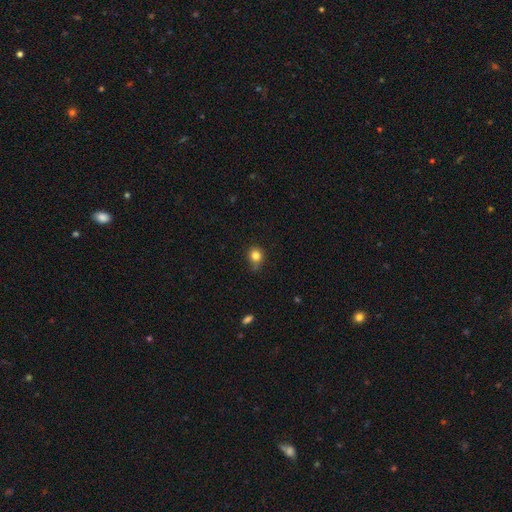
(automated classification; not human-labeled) smooth-or-featured: smooth: 83% | star or artifact: 11% | featured or disk: 6%
  how-rounded: round: 80% | in between: 19% | cigar-shaped: 1%
  merging: none: 69% | minor disturbance: 23% | major disturbance: 5% | merger: 3%